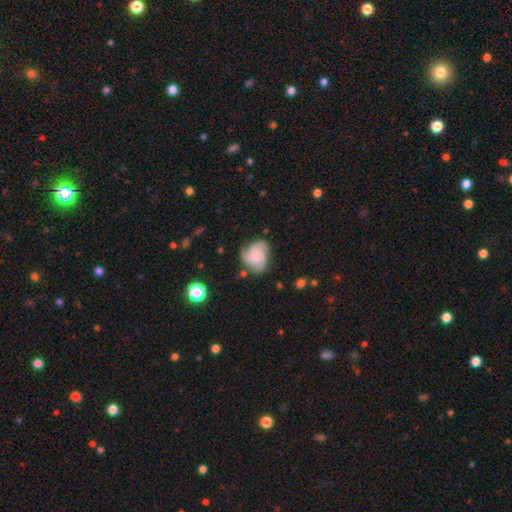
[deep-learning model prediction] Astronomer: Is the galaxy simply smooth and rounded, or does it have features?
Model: featured or disk — 56% (runner-up: smooth, 35%).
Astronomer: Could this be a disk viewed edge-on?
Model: no — 98%.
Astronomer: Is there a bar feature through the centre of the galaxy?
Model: no — 76%.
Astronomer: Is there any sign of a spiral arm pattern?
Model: yes — 87%.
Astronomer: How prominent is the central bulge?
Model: none — 35% (runner-up: small, 31%).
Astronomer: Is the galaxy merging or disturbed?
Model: none — 57%.